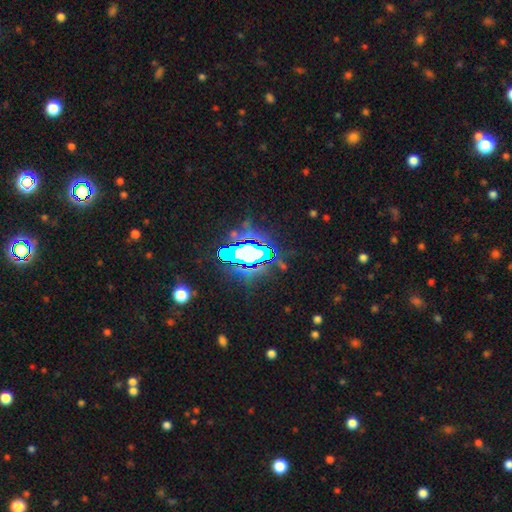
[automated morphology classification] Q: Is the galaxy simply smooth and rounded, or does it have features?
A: star or artifact — 65%.